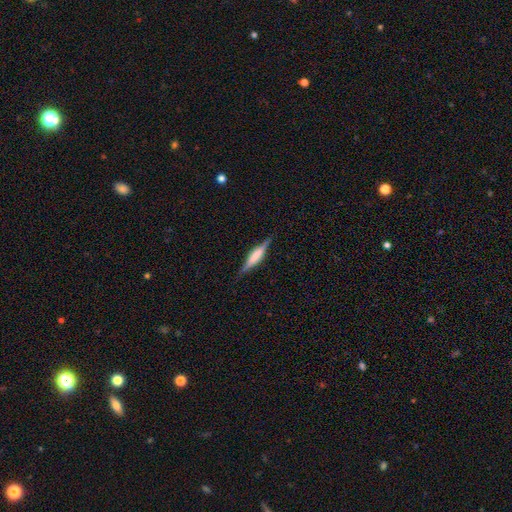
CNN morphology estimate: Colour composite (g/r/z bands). It shows a featured or disk galaxy (61%) viewed edge-on (97%) with a boxy central bulge (50%). Merging: none (86%).